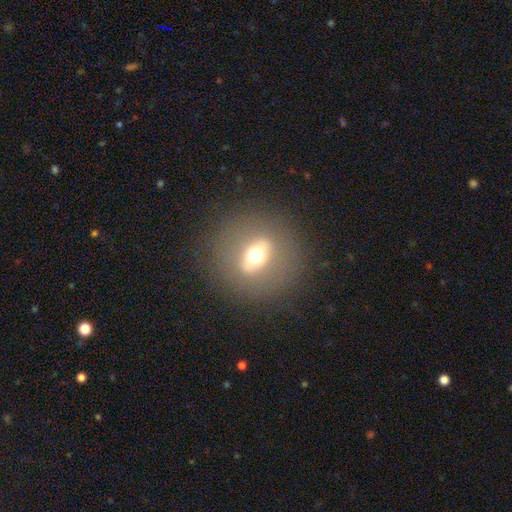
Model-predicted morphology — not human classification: This is marginally a smooth galaxy (42%, tied with featured or disk). Merging: clearly none (85%).